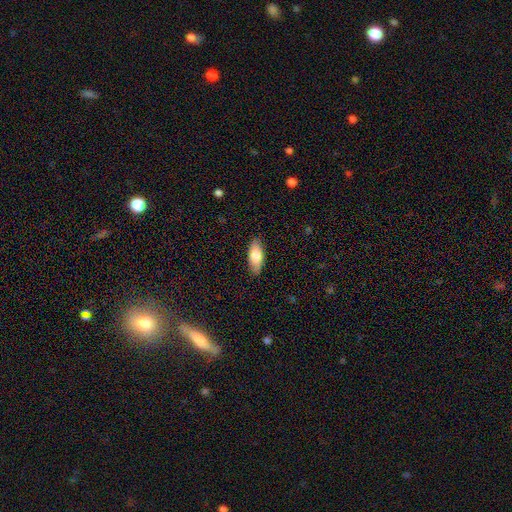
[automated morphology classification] smooth-or-featured: smooth: 76% | featured or disk: 18% | star or artifact: 6%
  how-rounded: in between: 84% | cigar-shaped: 14% | round: 2%
  merging: none: 87% | minor disturbance: 10% | major disturbance: 2% | merger: 1%